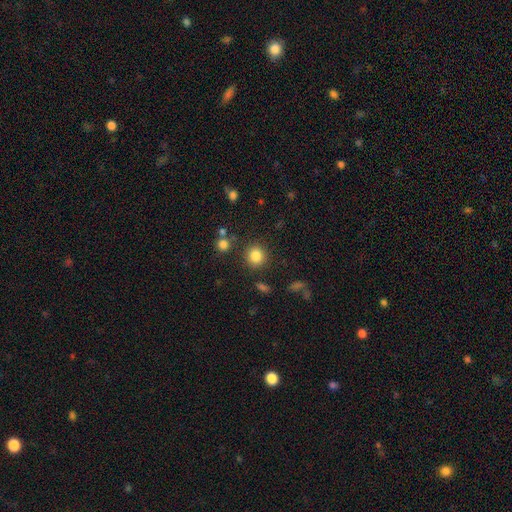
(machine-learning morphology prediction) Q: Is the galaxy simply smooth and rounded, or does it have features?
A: smooth — 83%.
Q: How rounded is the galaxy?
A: round — 89%.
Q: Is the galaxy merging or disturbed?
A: none — 85%.